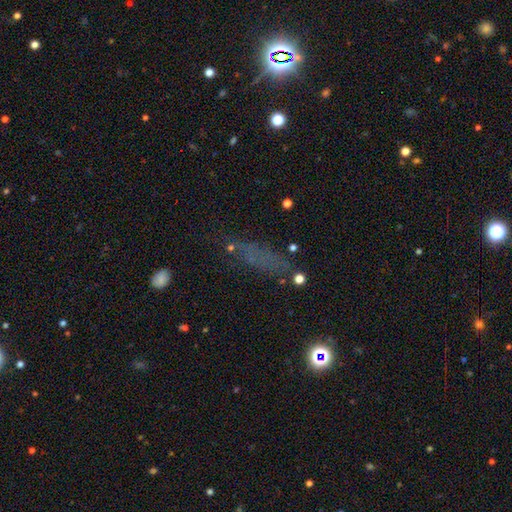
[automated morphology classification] Q: Smooth or featured?
A: smooth (49%); runner-up: star or artifact (32%)
Q: Merging?
A: none (62%); runner-up: minor disturbance (18%)